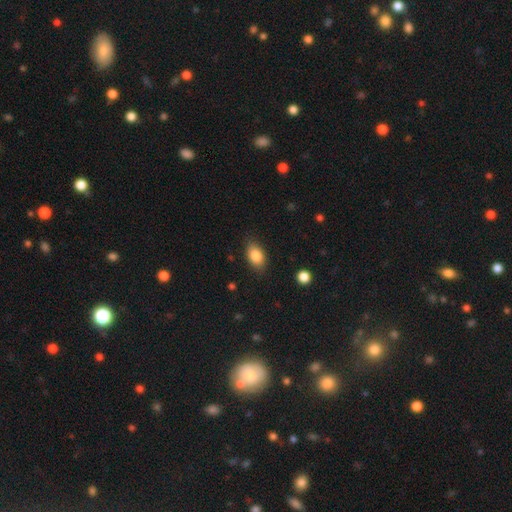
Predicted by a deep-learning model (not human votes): This appears to be a smooth galaxy with no disk features (84%) that is in between round and cigar-shaped (87%). Merging: none (83%).